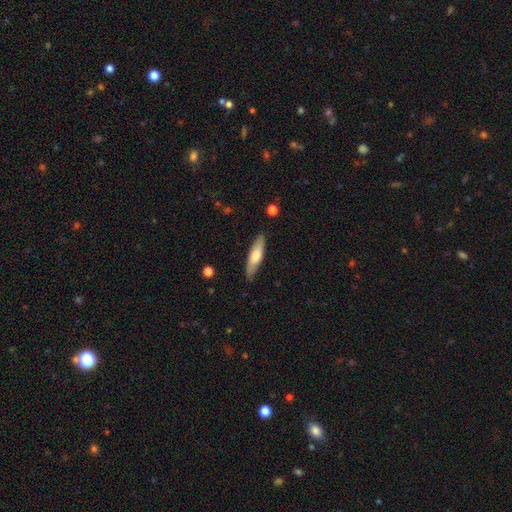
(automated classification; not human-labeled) A smooth galaxy with no disk features (64%) that is cigar-shaped (68%).

Vote fractions:
- Smooth or featured? smooth: 64% / featured or disk: 31% / star or artifact: 5%
- How rounded? cigar-shaped: 68% / in between: 30% / round: 2%
- Merging? none: 85% / minor disturbance: 12% / major disturbance: 2% / merger: 1%